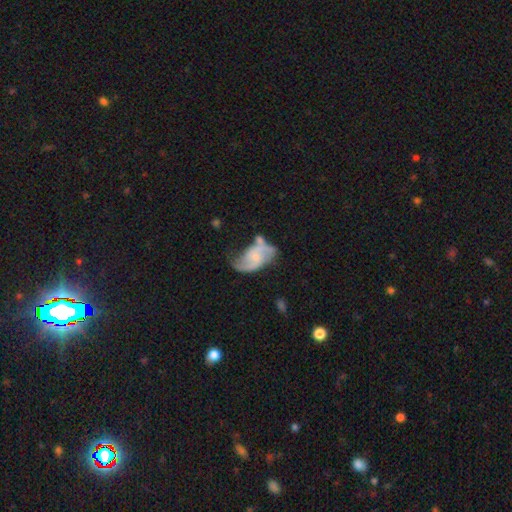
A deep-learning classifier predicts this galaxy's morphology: A featured or disk galaxy (78%) with no bar (56%), 2 (85%) loose (45%) spiral arms (92%) and a small central bulge (61%).

Vote fractions:
- Smooth or featured? featured or disk: 78% / smooth: 16% / star or artifact: 6%
- Edge-on disk? no: 97% / yes: 3%
- Bar? no: 56% / weak: 36% / strong: 7%
- Spiral arms? yes: 92% / no: 8%
- Spiral winding? loose: 45% / medium: 41% / tight: 14%
- Spiral arm count? 2: 85% / can't tell: 7% / 1: 4% / 3: 3% / 4: 1% / more than 4: 1%
- Bulge size? small: 61% / moderate: 25% / none: 11% / large: 2% / dominant: 1%
- Merging? none: 46% / minor disturbance: 26% / major disturbance: 15% / merger: 13%